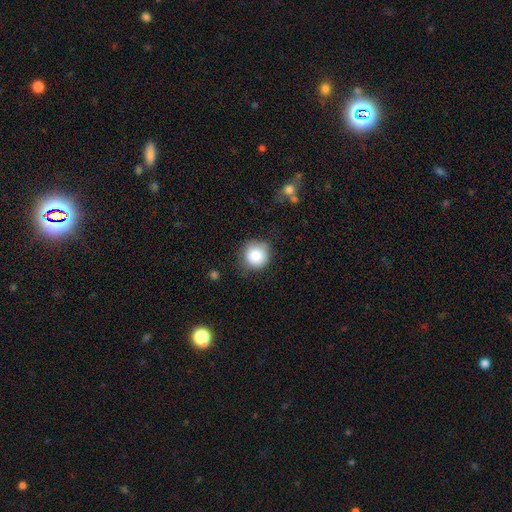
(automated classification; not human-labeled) smooth 84%, star or artifact 9%, featured or disk 7%. Down the decision tree: how rounded — round (93%); merging — none (78%).